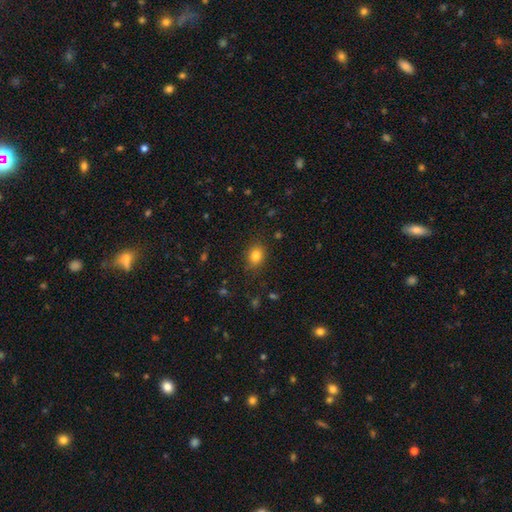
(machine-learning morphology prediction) Smooth or featured: smooth — 82% (star or artifact — 12%)
How rounded: round — 52% (in between — 47%)
Merging: none — 84% (minor disturbance — 12%)